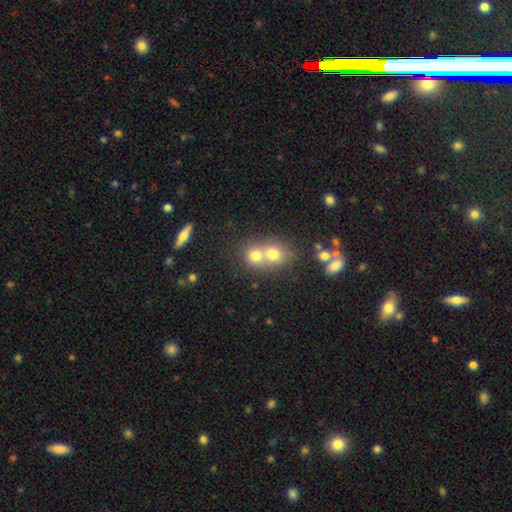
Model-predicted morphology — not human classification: This is likely a smooth galaxy (71%). How rounded: likely round (76%). Merging: likely merger (61%).